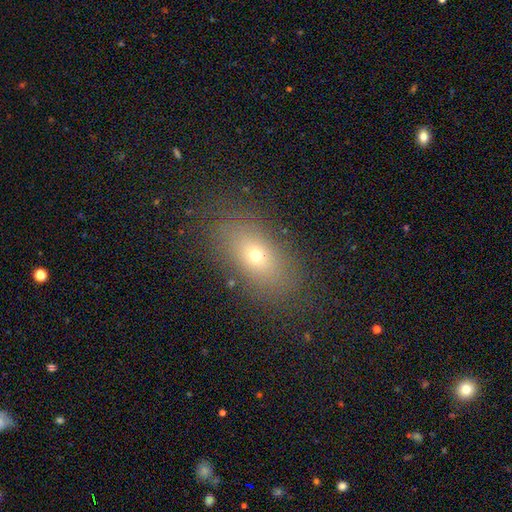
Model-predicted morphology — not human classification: This appears to be a smooth galaxy with no disk features (63%) that is in between round and cigar-shaped (80%). Merging: none (78%).